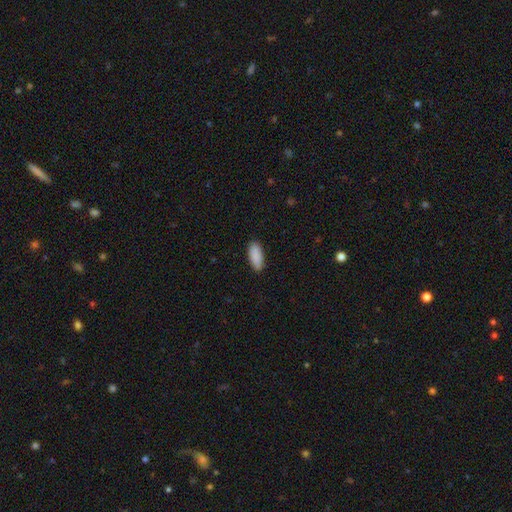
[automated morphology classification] smooth-or-featured: smooth: 91% | star or artifact: 6% | featured or disk: 4%
  how-rounded: in between: 81% | cigar-shaped: 17% | round: 2%
  merging: none: 89% | minor disturbance: 9% | major disturbance: 2% | merger: 1%